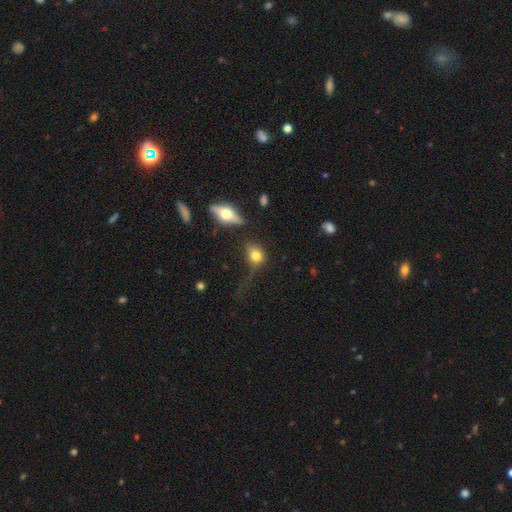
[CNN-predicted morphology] A smooth galaxy with no disk features (73%) that is in between round and cigar-shaped (49%). Merging: none (42%).